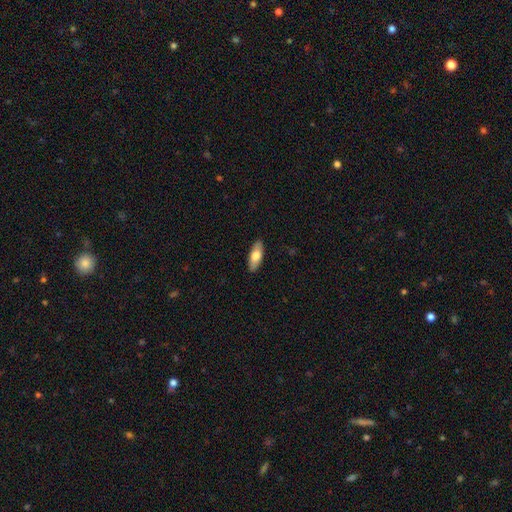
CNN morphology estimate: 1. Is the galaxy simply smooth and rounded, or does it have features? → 72% smooth, 22% featured or disk, 5% star or artifact.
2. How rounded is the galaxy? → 77% in between, 21% cigar-shaped, 2% round.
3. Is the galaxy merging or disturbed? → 89% none, 8% minor disturbance, 2% major disturbance, 1% merger.